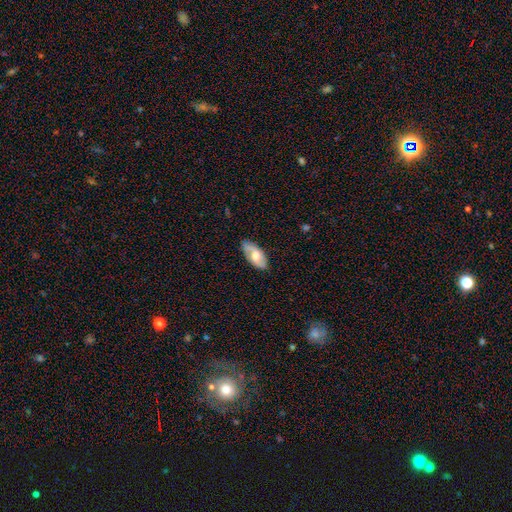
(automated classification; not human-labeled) This appears to be a featured or disk galaxy (53%). Merging: none (80%).